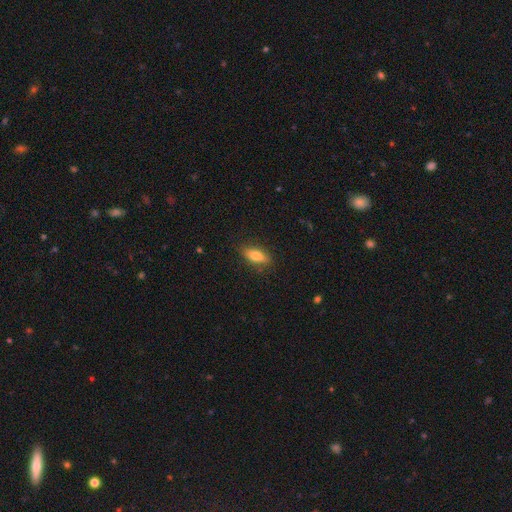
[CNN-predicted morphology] Smooth or featured: smooth — 78% (featured or disk — 15%)
How rounded: in between — 76% (cigar-shaped — 20%)
Merging: none — 84% (minor disturbance — 13%)